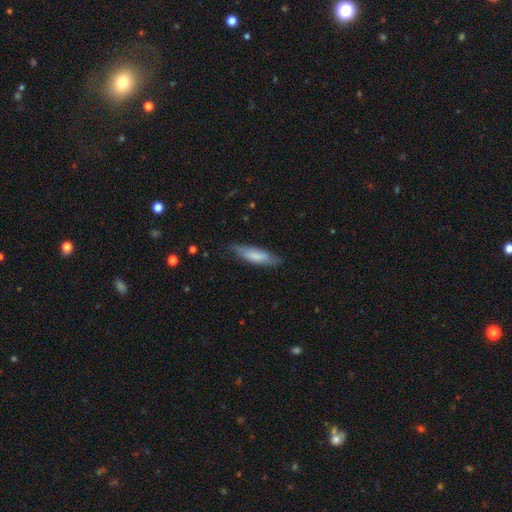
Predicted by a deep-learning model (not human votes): The model was most divided on "how rounded": cigar-shaped: 62%, in between: 37%, round: 1%. More confident: merging — none (75%); smooth or featured — smooth (73%).